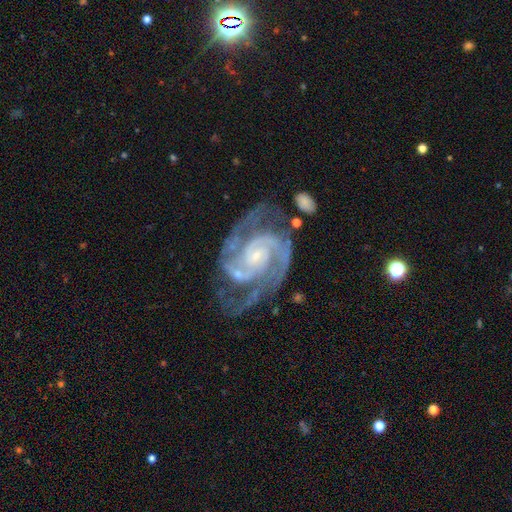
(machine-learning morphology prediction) type=featured or disk (93%); edge-on=no (98%); bar=no (55%); spiral arms=yes (99%); winding=tight (50%); arm count=2 (80%); bulge=small (75%); merging=none (66%).